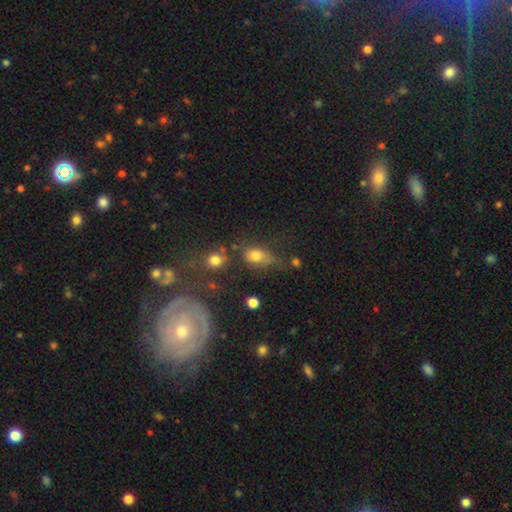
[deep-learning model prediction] Smooth or featured? Predicted: smooth (p=0.73). How rounded? Predicted: in between (p=0.70). Merging? Predicted: none (p=0.44).